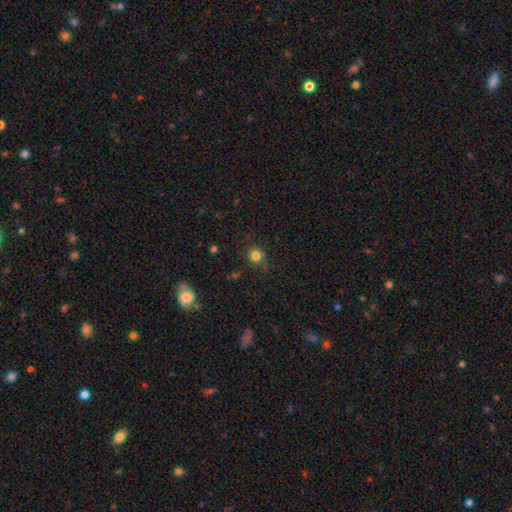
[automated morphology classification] smooth-or-featured: smooth: 80% | star or artifact: 14% | featured or disk: 6%
  how-rounded: round: 85% | in between: 14% | cigar-shaped: 1%
  merging: none: 79% | minor disturbance: 15% | major disturbance: 4% | merger: 2%